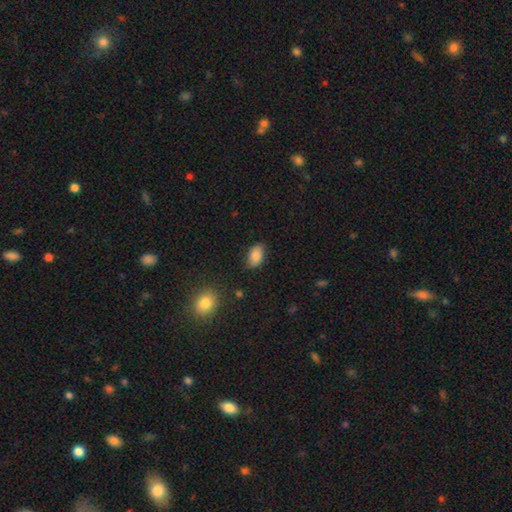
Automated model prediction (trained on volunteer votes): smooth 83%, featured or disk 9%, star or artifact 8%. Down the decision tree: how rounded — in between (91%); merging — none (80%).